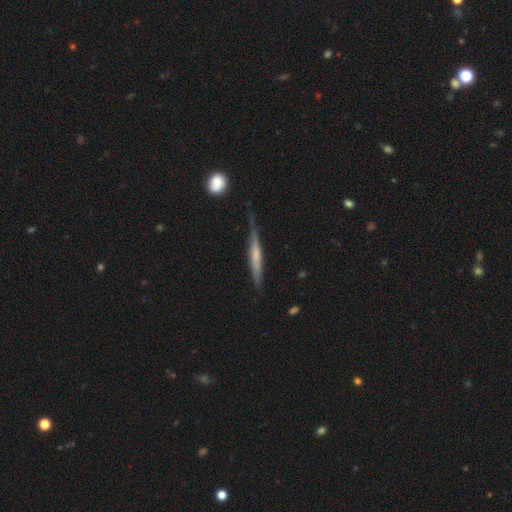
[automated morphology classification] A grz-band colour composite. It shows a featured or disk galaxy (54%) viewed edge-on (94%) with no central bulge (54%). Merging: none (70%).